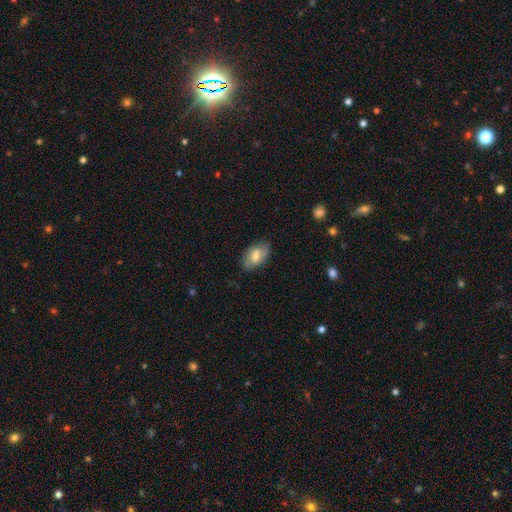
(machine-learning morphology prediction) Smooth or featured? smooth (69%)
How rounded? in between (92%)
Merging? none (76%)